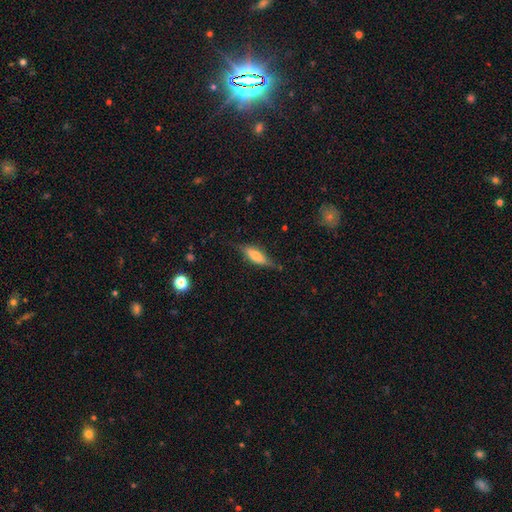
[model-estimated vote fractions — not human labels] A smooth galaxy with no disk features (53%) that is in between round and cigar-shaped (49%).

Vote fractions:
- Smooth or featured? smooth: 53% / featured or disk: 39% / star or artifact: 7%
- How rounded? in between: 49% / cigar-shaped: 48% / round: 3%
- Merging? none: 70% / minor disturbance: 22% / major disturbance: 7% / merger: 2%